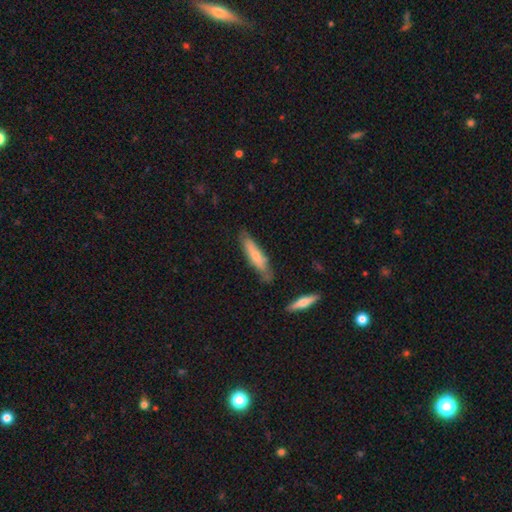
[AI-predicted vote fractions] smooth-or-featured: smooth: 69% | featured or disk: 25% | star or artifact: 6%
  how-rounded: cigar-shaped: 83% | in between: 16% | round: 1%
  merging: none: 71% | minor disturbance: 22% | major disturbance: 4% | merger: 3%